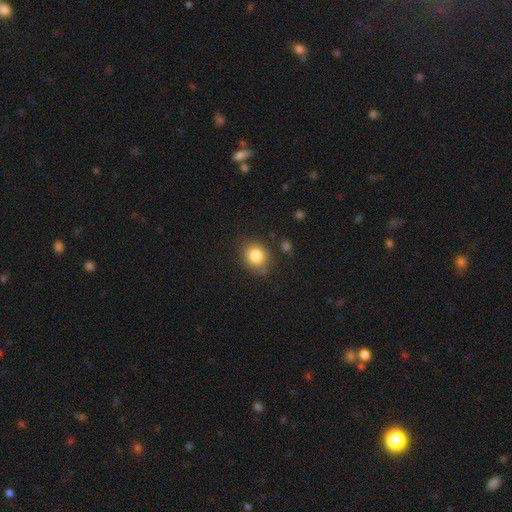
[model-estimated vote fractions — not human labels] smooth-or-featured: smooth: 83% | star or artifact: 10% | featured or disk: 8%
  how-rounded: round: 62% | in between: 37% | cigar-shaped: 1%
  merging: none: 79% | minor disturbance: 14% | major disturbance: 4% | merger: 3%